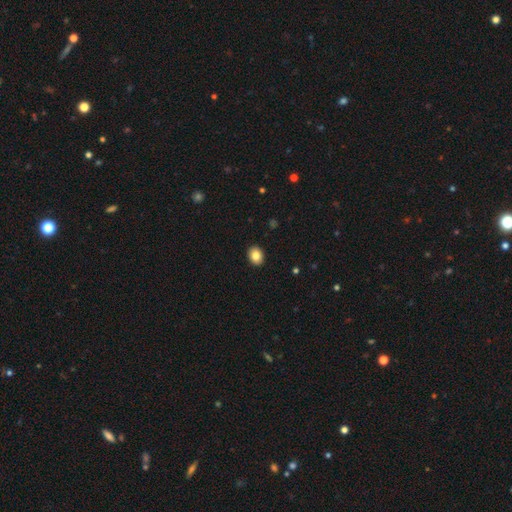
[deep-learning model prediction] A smooth galaxy with no disk features (85%) that is in between round and cigar-shaped (58%).

Vote fractions:
- Smooth or featured? smooth: 85% / star or artifact: 9% / featured or disk: 6%
- How rounded? in between: 58% / round: 41% / cigar-shaped: 1%
- Merging? none: 92% / minor disturbance: 6% / major disturbance: 2% / merger: 1%